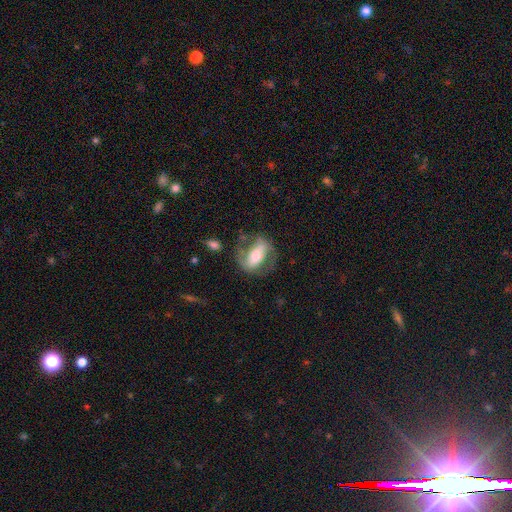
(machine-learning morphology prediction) Smooth or featured? Predicted: featured or disk (p=0.63). Edge-on disk? Predicted: no (p=0.86). Bar? Predicted: strong (p=0.58). Spiral arms? Predicted: yes (p=0.62). Bulge size? Predicted: moderate (p=0.58). Merging? Predicted: none (p=0.60).